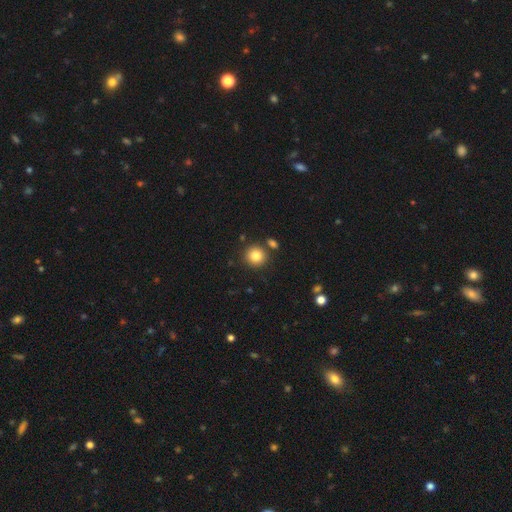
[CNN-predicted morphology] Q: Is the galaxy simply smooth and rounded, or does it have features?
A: smooth — 84%.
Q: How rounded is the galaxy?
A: round — 92%.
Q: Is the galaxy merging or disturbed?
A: none — 82%.